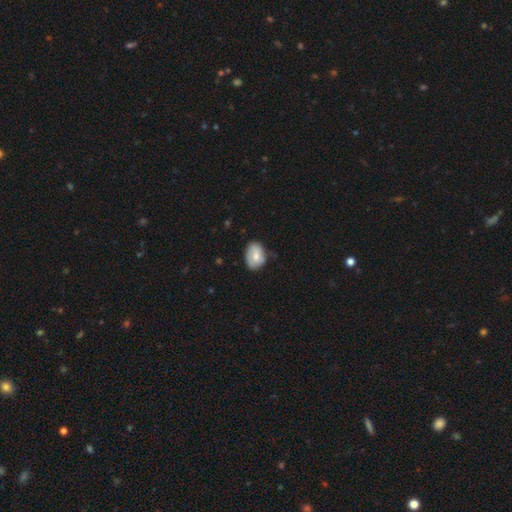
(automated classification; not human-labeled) smooth_or_featured: smooth (p=0.66) [alt: featured or disk p=0.27]
how_rounded: in between (p=0.76) [alt: round p=0.23]
merging: none (p=0.61) [alt: minor disturbance p=0.30]